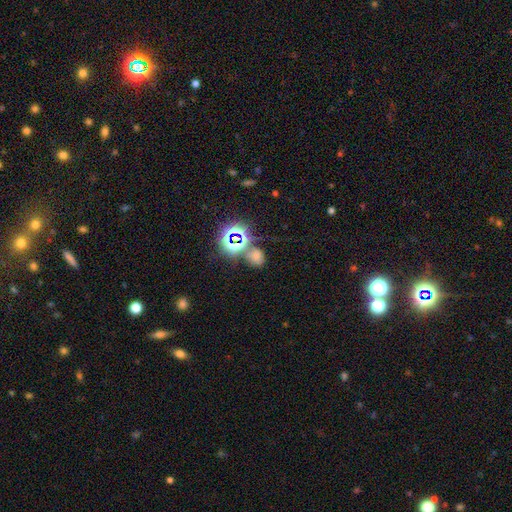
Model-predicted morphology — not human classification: smooth 48%, star or artifact 43%, featured or disk 9%. Down the decision tree: merging — none (55%).